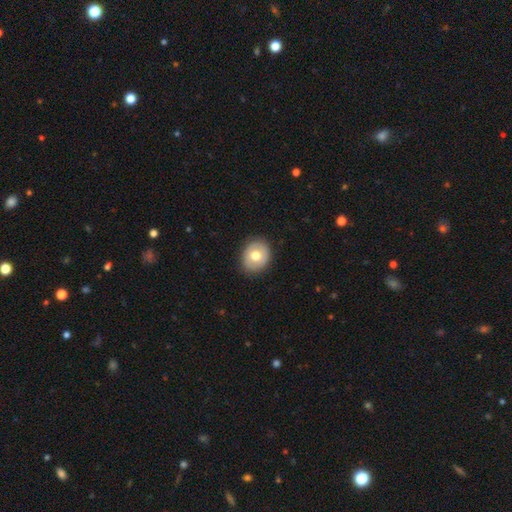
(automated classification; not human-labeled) Overall: smooth (65%; featured or disk 28%). How rounded: round (66%; in between 34%). Merging: none (86%).